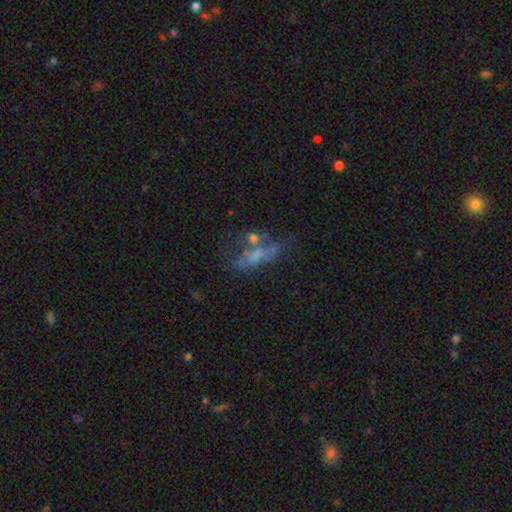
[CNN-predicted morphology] smooth_or_featured: featured or disk (p=0.47) [alt: smooth p=0.36]
merging: none (p=0.32) [alt: major disturbance p=0.26]